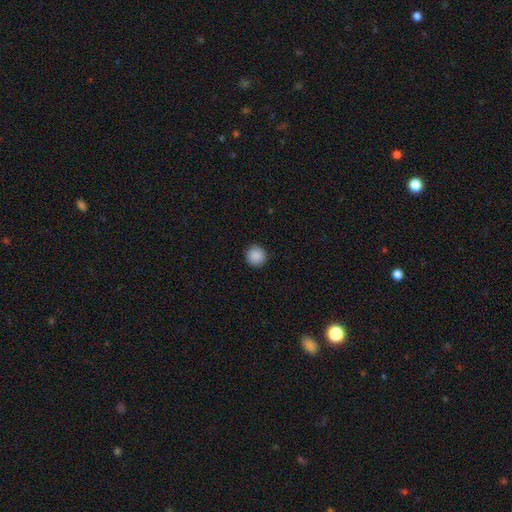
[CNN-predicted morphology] This appears to be a smooth galaxy with no disk features (89%) that is round (95%). Merging: none (93%).